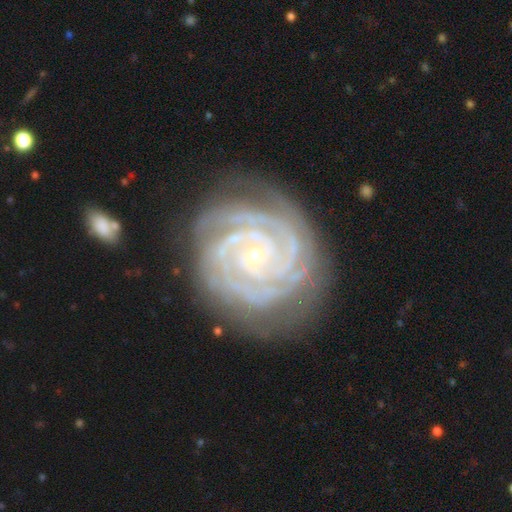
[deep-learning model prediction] Smooth or featured? featured or disk (93%)
Edge-on disk? no (98%)
Bar? no (68%)
Spiral arms? yes (99%)
Spiral winding? tight (87%)
Spiral arm count? 3 (30%)
Bulge size? small (85%)
Merging? none (78%)